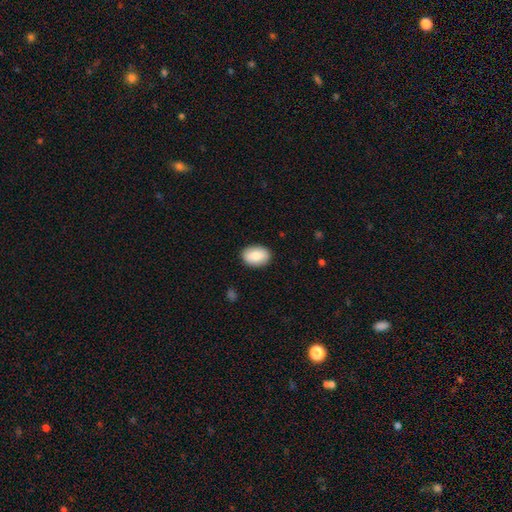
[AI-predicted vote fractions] Smooth or featured?
  - smooth: 82% *
  - featured or disk: 12%
  - star or artifact: 7%
How rounded?
  - in between: 77% *
  - round: 22%
  - cigar-shaped: 1%
Merging?
  - none: 89% *
  - minor disturbance: 8%
  - major disturbance: 2%
  - merger: 1%